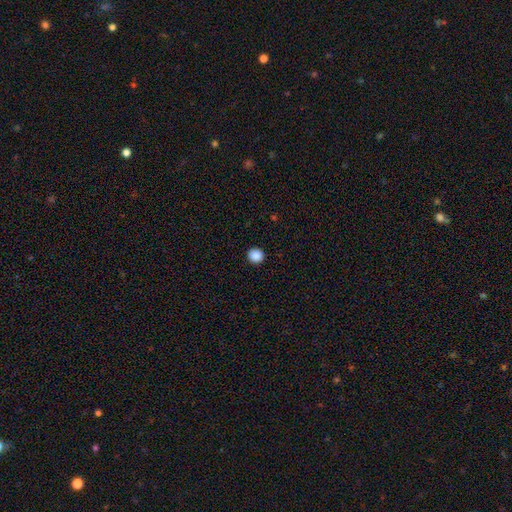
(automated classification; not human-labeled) Smooth or featured?
  - smooth: 88% *
  - star or artifact: 9%
  - featured or disk: 2%
How rounded?
  - round: 91% *
  - in between: 8%
  - cigar-shaped: 1%
Merging?
  - none: 93% *
  - minor disturbance: 4%
  - major disturbance: 2%
  - merger: 1%